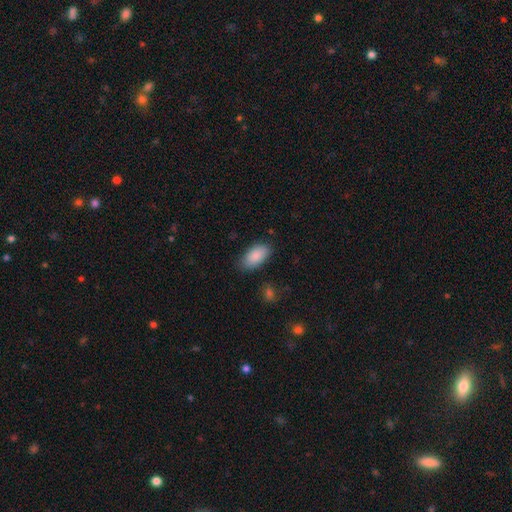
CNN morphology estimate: The model was most divided on "merging": none: 81%, minor disturbance: 14%, major disturbance: 3%, merger: 2%. More confident: how rounded — in between (94%); smooth or featured — smooth (89%).